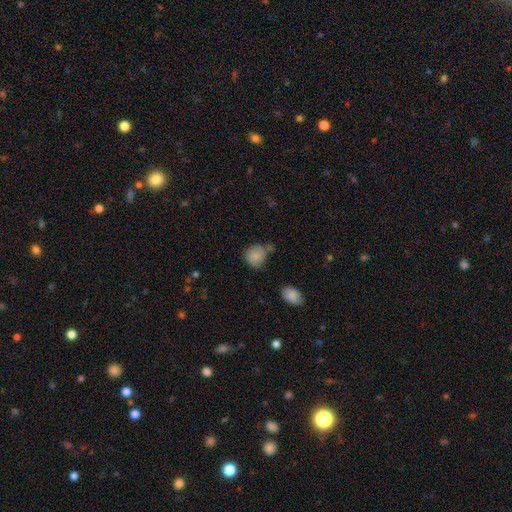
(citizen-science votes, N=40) A smooth galaxy with no disk features (90%) that is round (72%). Merging: none (42%).